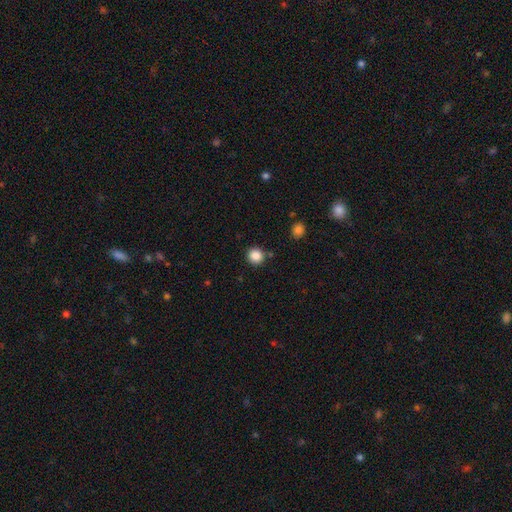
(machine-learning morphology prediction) The model was most divided on "smooth or featured": smooth: 86%, star or artifact: 10%, featured or disk: 4%. More confident: how rounded — round (91%); merging — none (87%).